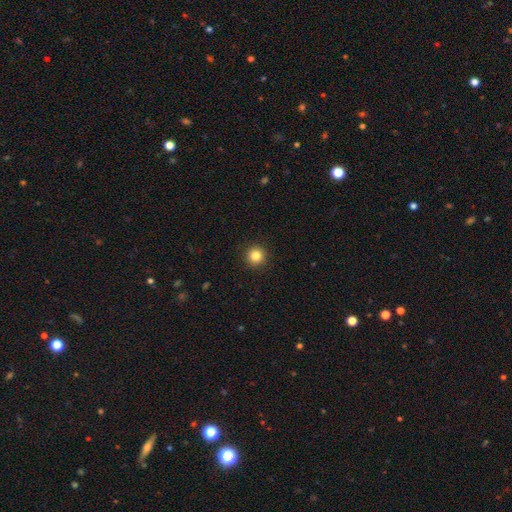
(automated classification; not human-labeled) A smooth galaxy with no disk features (84%) that is round (95%).

Vote fractions:
- Smooth or featured? smooth: 84% / star or artifact: 11% / featured or disk: 5%
- How rounded? round: 95% / in between: 4% / cigar-shaped: 1%
- Merging? none: 93% / minor disturbance: 5% / major disturbance: 2% / merger: 1%